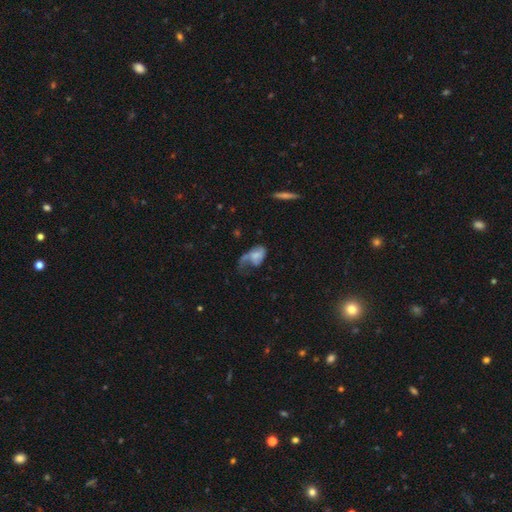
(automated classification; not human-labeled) Q: Smooth or featured?
A: smooth (46%); runner-up: featured or disk (45%)
Q: Merging?
A: major disturbance (52%); runner-up: minor disturbance (21%)